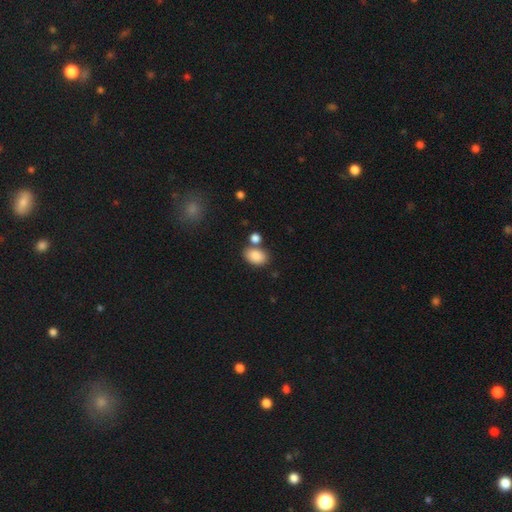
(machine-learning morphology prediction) Smooth or featured? smooth (86%)
How rounded? in between (84%)
Merging? none (67%)